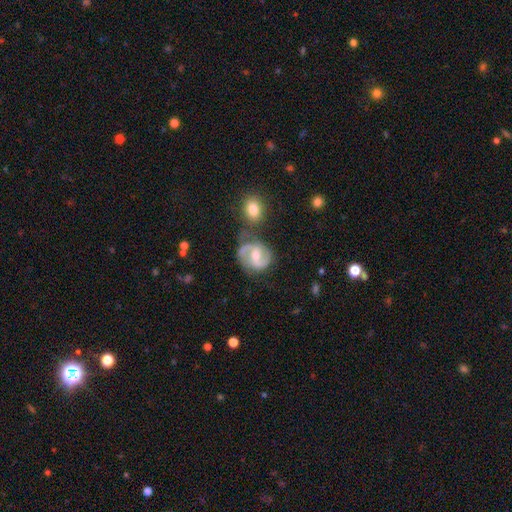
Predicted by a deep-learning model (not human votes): This appears to be a featured or disk galaxy (84%) with a weak bar (47%), 2 (91%) medium (57%) spiral arms (95%) and a moderate central bulge (61%). Merging: none (72%).